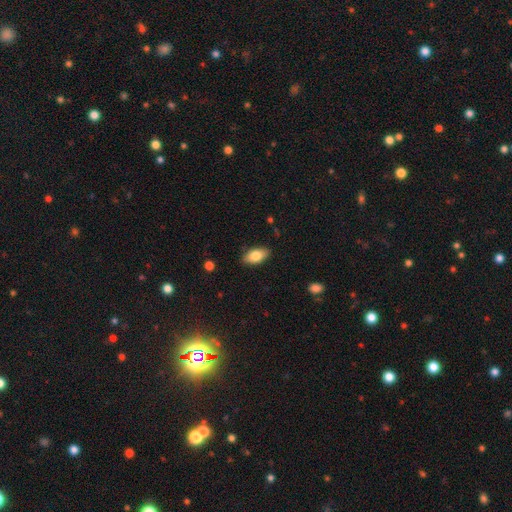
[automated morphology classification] A smooth galaxy with no disk features (81%) that is in between round and cigar-shaped (92%).

Vote fractions:
- Smooth or featured? smooth: 81% / featured or disk: 12% / star or artifact: 7%
- How rounded? in between: 92% / cigar-shaped: 4% / round: 4%
- Merging? none: 87% / minor disturbance: 10% / major disturbance: 2% / merger: 1%